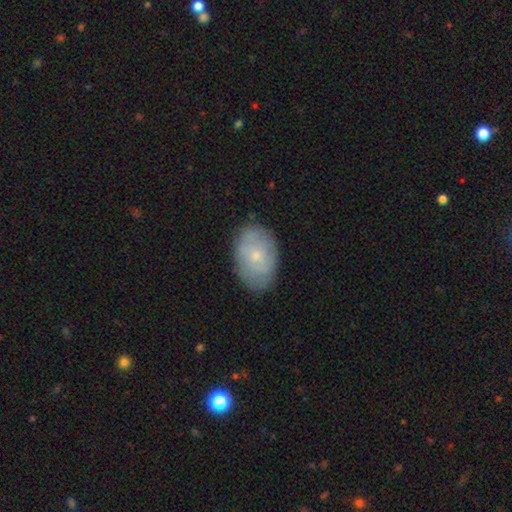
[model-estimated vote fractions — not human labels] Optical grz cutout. It shows a smooth galaxy with no disk features (61%) that is in between round and cigar-shaped (86%). Merging: none (80%).